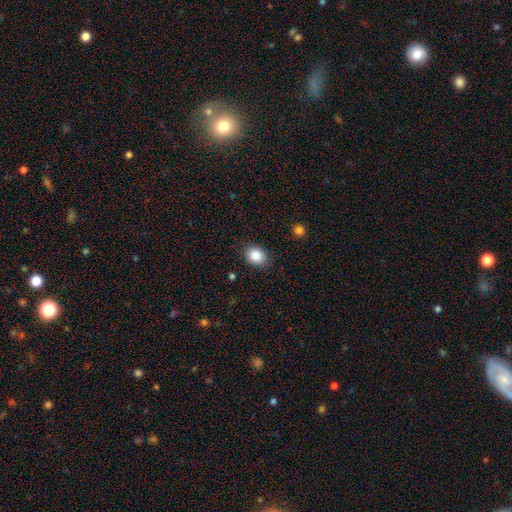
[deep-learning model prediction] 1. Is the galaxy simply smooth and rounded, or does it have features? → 85% smooth, 9% star or artifact, 6% featured or disk.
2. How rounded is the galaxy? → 56% in between, 44% round, 1% cigar-shaped.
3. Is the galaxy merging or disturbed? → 87% none, 10% minor disturbance, 2% major disturbance, 1% merger.